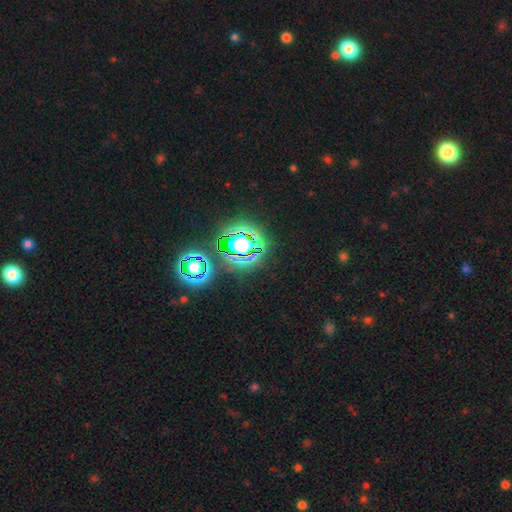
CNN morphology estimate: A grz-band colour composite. It shows a star or artifact, not a galaxy (81%).